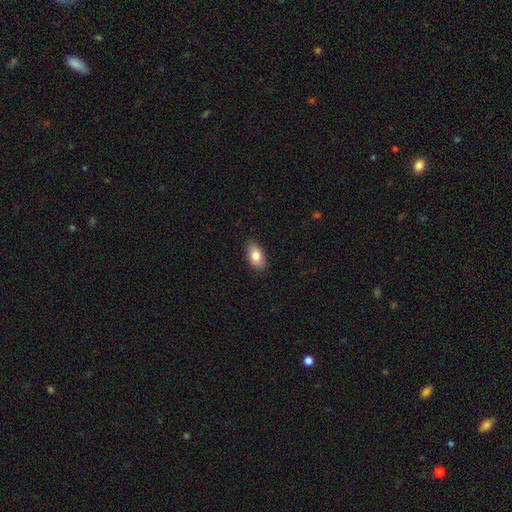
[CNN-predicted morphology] Smooth or featured?
  - smooth: 82% *
  - featured or disk: 11%
  - star or artifact: 7%
How rounded?
  - in between: 91% *
  - round: 6%
  - cigar-shaped: 2%
Merging?
  - none: 87% *
  - minor disturbance: 10%
  - major disturbance: 2%
  - merger: 1%